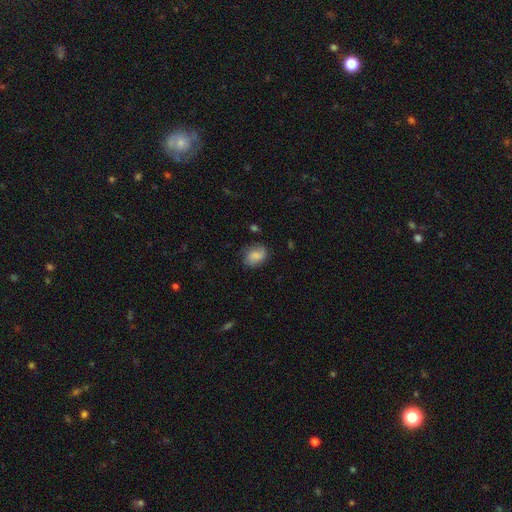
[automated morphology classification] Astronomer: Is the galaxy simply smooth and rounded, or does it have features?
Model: smooth — 67%.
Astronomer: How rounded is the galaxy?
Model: in between — 62%.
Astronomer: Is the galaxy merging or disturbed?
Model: none — 64%.